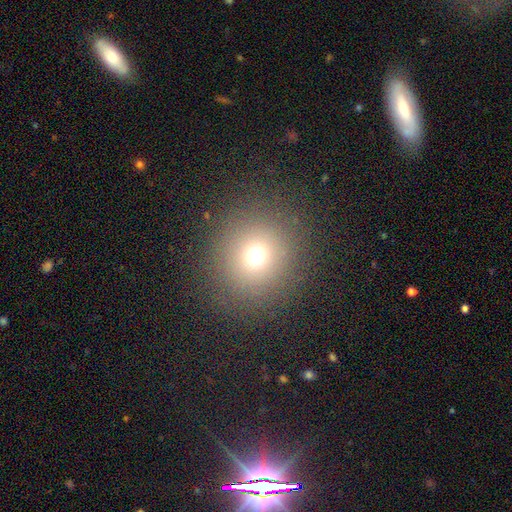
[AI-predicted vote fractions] The model was most divided on "smooth or featured": smooth: 69%, star or artifact: 21%, featured or disk: 9%. More confident: how rounded — round (92%); merging — none (88%).